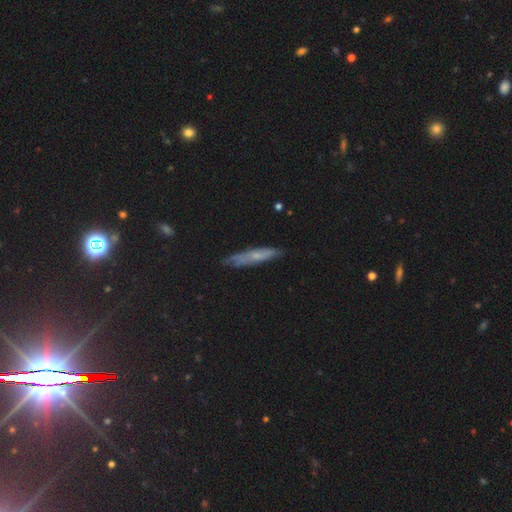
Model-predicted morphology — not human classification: Smooth or featured: smooth — 47% (featured or disk — 42%)
Merging: none — 77% (minor disturbance — 18%)